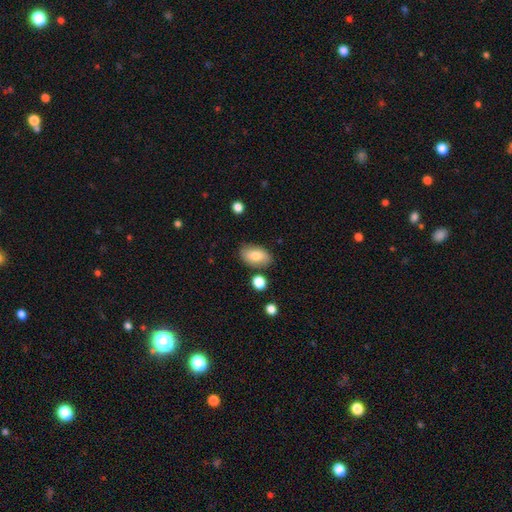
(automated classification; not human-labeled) This appears to be a smooth galaxy with no disk features (81%) that is in between round and cigar-shaped (92%). Merging: none (79%).